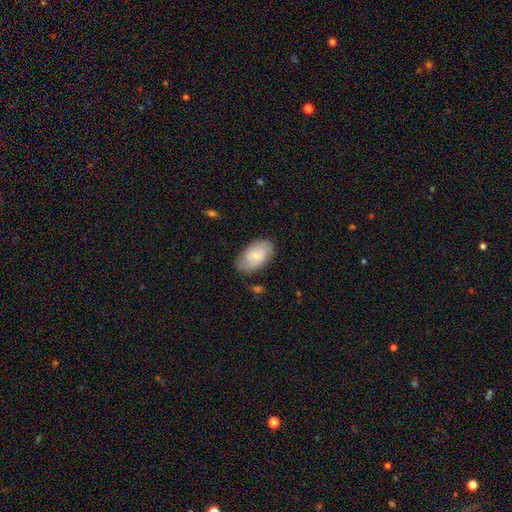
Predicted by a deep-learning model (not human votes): Smooth or featured: smooth — 58% (featured or disk — 35%)
How rounded: in between — 92% (round — 7%)
Merging: none — 71% (minor disturbance — 22%)